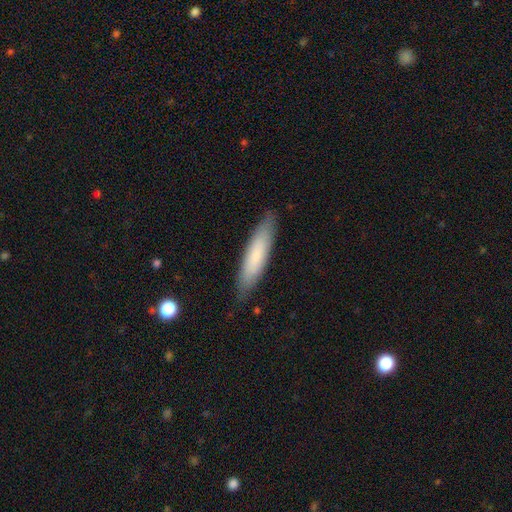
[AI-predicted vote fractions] smooth_or_featured: smooth (p=0.74) [alt: featured or disk p=0.20]
how_rounded: cigar-shaped (p=0.77) [alt: in between p=0.22]
merging: none (p=0.85) [alt: minor disturbance p=0.12]